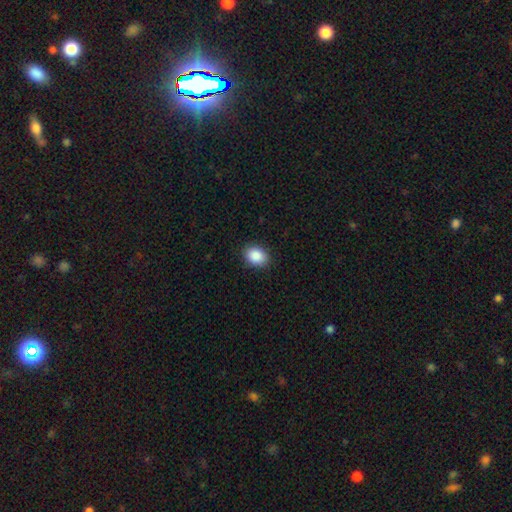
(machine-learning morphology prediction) smooth 89%, star or artifact 8%, featured or disk 3%. Down the decision tree: how rounded — in between (68%); merging — none (89%).